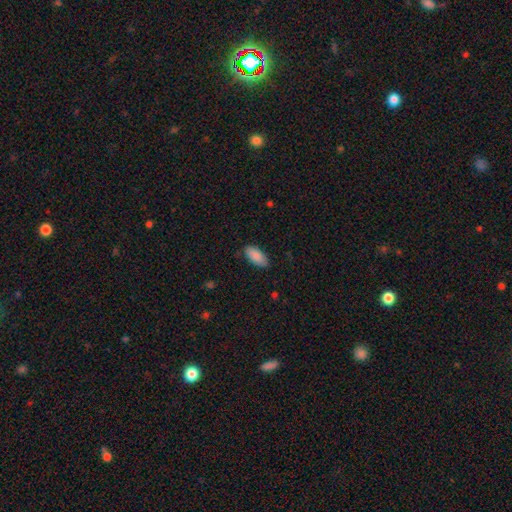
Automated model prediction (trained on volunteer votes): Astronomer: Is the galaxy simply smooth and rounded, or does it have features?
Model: smooth — 89%.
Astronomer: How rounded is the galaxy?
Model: in between — 91%.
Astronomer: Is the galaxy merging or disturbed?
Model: none — 83%.